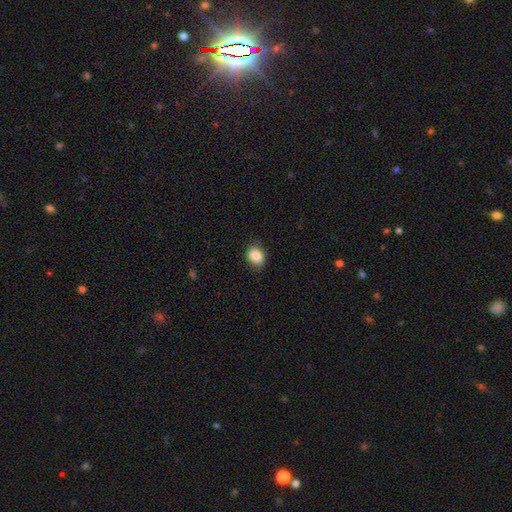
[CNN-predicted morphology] A smooth galaxy with no disk features (87%) that is in between round and cigar-shaped (57%).

Vote fractions:
- Smooth or featured? smooth: 87% / star or artifact: 8% / featured or disk: 4%
- How rounded? in between: 57% / round: 42% / cigar-shaped: 1%
- Merging? none: 83% / minor disturbance: 13% / major disturbance: 3% / merger: 1%